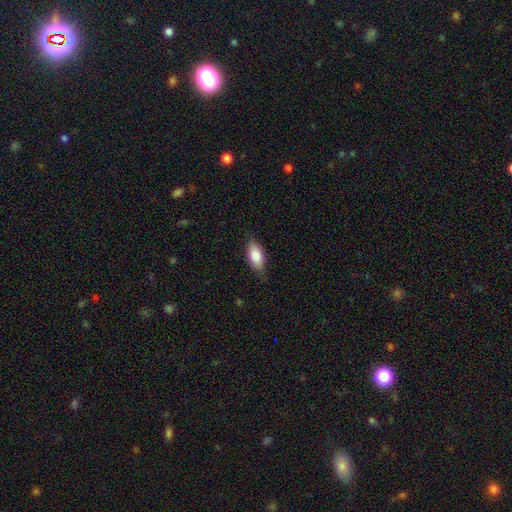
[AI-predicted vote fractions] Smooth or featured?
  - smooth: 82% *
  - featured or disk: 12%
  - star or artifact: 6%
How rounded?
  - in between: 89% *
  - cigar-shaped: 8%
  - round: 3%
Merging?
  - none: 83% *
  - minor disturbance: 14%
  - major disturbance: 2%
  - merger: 1%